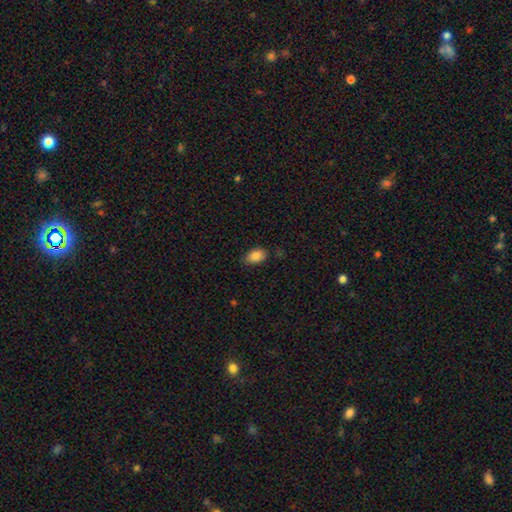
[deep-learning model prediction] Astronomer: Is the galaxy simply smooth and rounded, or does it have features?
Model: smooth — 87%.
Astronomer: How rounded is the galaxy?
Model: in between — 92%.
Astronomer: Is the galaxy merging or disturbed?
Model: none — 81%.